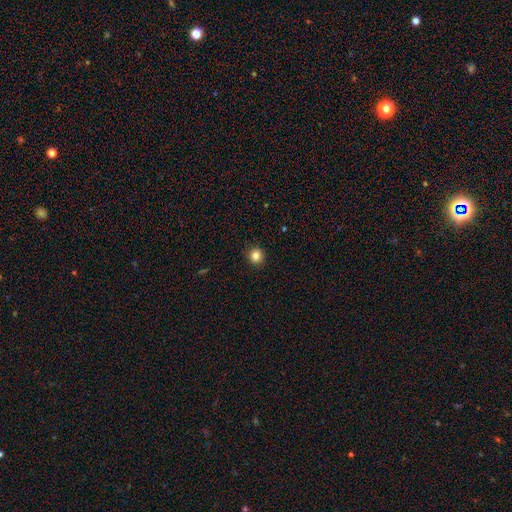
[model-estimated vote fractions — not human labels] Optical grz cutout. It shows a smooth galaxy with no disk features (84%) that is round (92%). Merging: none (92%).